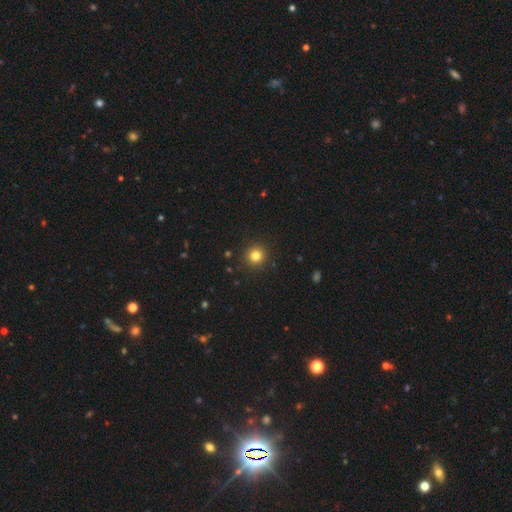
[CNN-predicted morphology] This is clearly a smooth galaxy (81%). How rounded: clearly round (94%). Merging: clearly none (92%).